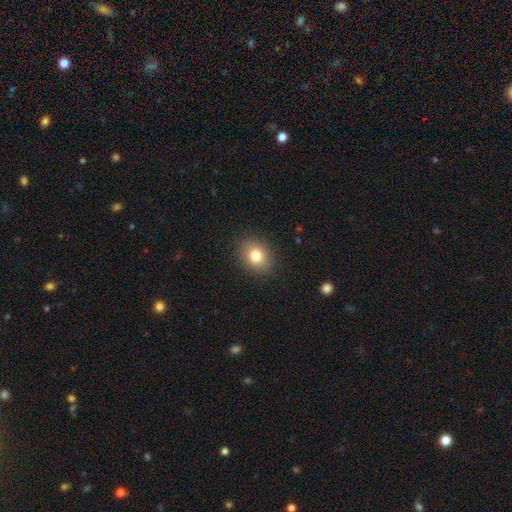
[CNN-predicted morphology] smooth-or-featured: smooth: 80% | star or artifact: 11% | featured or disk: 9%
  how-rounded: round: 55% | in between: 44% | cigar-shaped: 1%
  merging: none: 88% | minor disturbance: 8% | major disturbance: 3% | merger: 1%